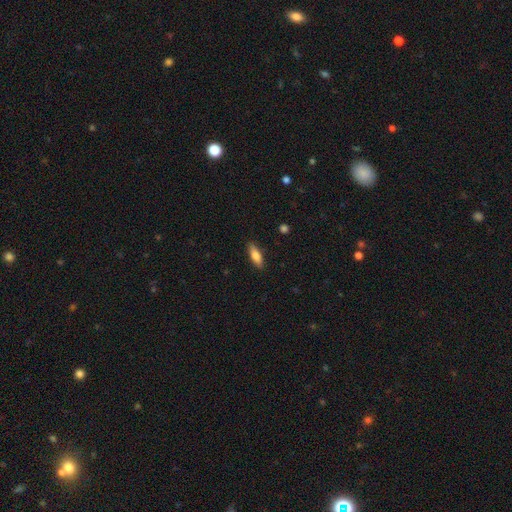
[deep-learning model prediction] A smooth galaxy with no disk features (75%) that is in between round and cigar-shaped (54%).

Vote fractions:
- Smooth or featured? smooth: 75% / featured or disk: 19% / star or artifact: 6%
- How rounded? in between: 54% / cigar-shaped: 43% / round: 2%
- Merging? none: 87% / minor disturbance: 10% / major disturbance: 2% / merger: 1%